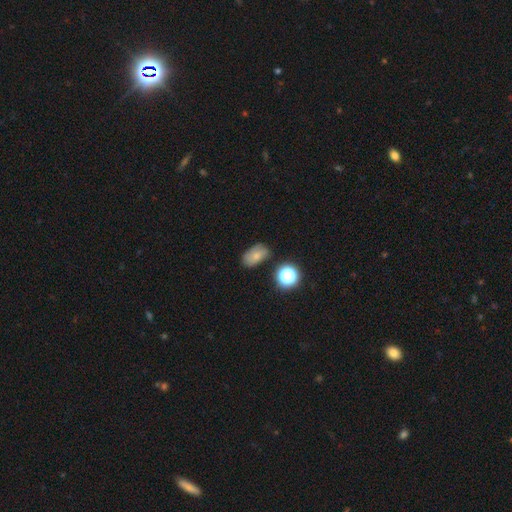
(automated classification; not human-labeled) Morphology: type=smooth (69%); roundness=in between (84%); merging=none (66%).